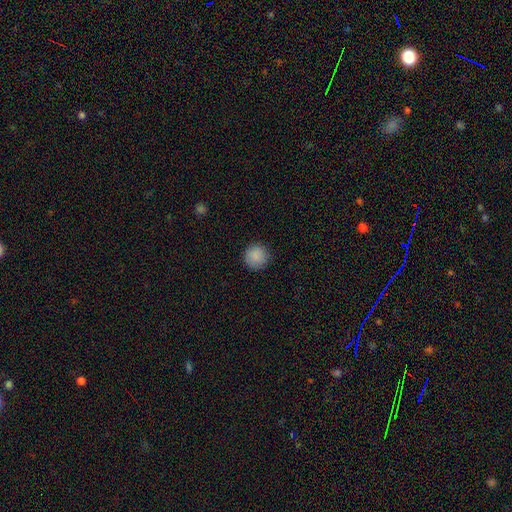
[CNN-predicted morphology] A smooth galaxy with no disk features (89%) that is round (95%). Merging: none (90%).